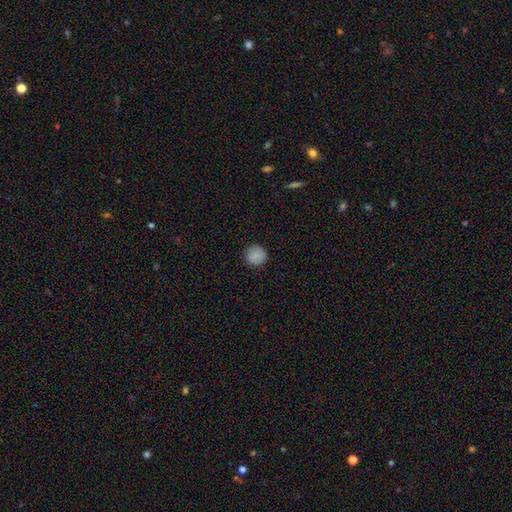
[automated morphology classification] A smooth galaxy with no disk features (88%) that is round (95%).

Vote fractions:
- Smooth or featured? smooth: 88% / star or artifact: 8% / featured or disk: 4%
- How rounded? round: 95% / in between: 4% / cigar-shaped: 1%
- Merging? none: 92% / minor disturbance: 6% / major disturbance: 2% / merger: 1%